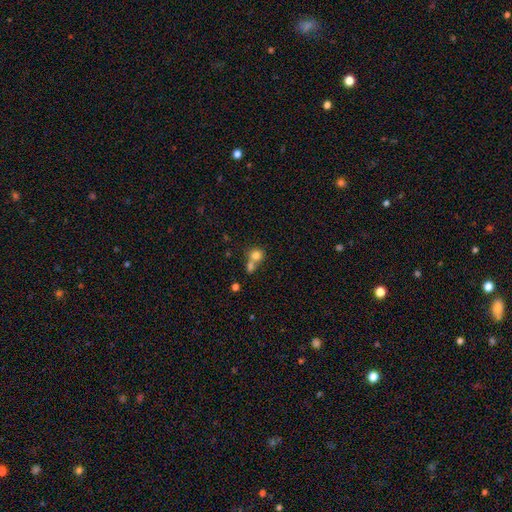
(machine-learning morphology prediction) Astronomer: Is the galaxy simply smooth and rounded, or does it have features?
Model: smooth — 79%.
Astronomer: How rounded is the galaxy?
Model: round — 81%.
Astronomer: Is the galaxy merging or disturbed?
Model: merger — 52% (runner-up: none, 38%).